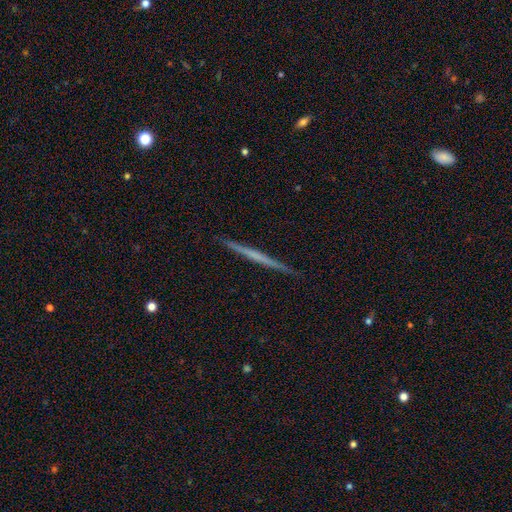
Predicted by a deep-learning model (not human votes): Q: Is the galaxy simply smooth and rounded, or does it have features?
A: featured or disk — 59%.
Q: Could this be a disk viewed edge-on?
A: yes — 98%.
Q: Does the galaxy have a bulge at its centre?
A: none — 87%.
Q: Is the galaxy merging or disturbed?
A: none — 92%.